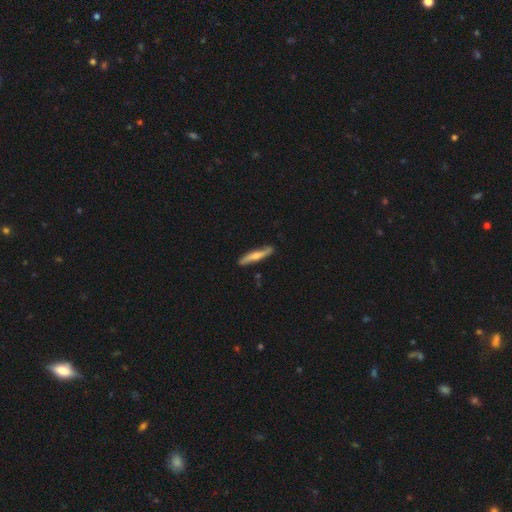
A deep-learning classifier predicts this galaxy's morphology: featured or disk 48%, smooth 47%, star or artifact 5%. Down the decision tree: merging — none (82%).